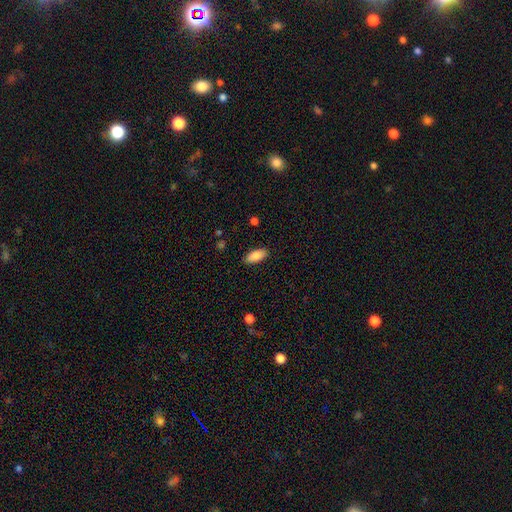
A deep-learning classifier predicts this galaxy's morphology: A smooth galaxy with no disk features (86%) that is in between round and cigar-shaped (88%). Merging: none (88%).